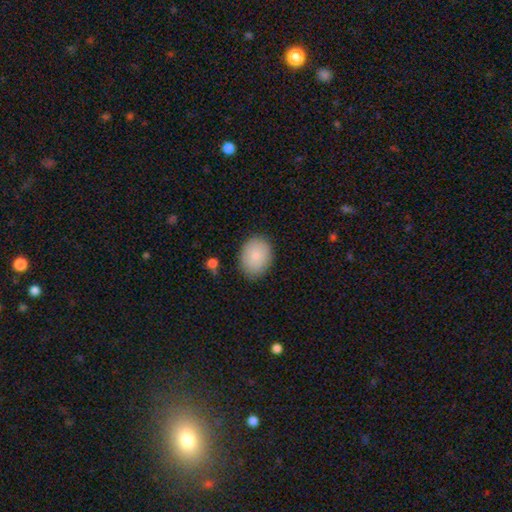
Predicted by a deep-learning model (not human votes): smooth_or_featured: smooth (p=0.84) [alt: featured or disk p=0.10]
how_rounded: in between (p=0.62) [alt: round p=0.37]
merging: none (p=0.84) [alt: minor disturbance p=0.12]